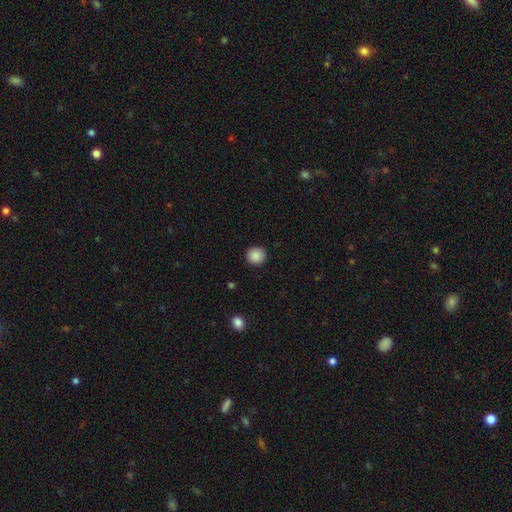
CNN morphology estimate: type=smooth (88%); roundness=round (92%); merging=none (92%).